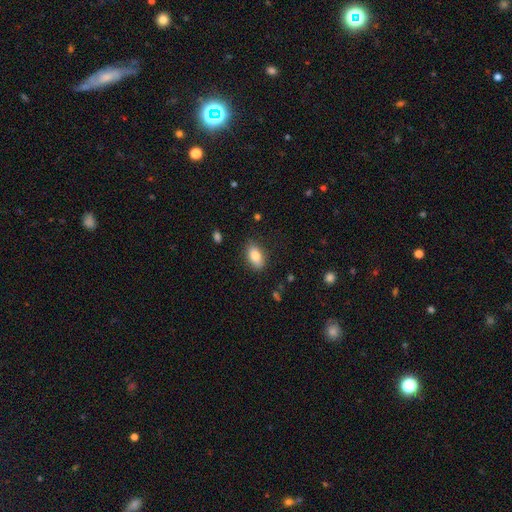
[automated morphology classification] smooth_or_featured: smooth (p=0.81) [alt: featured or disk p=0.11]
how_rounded: in between (p=0.89) [alt: round p=0.07]
merging: none (p=0.84) [alt: minor disturbance p=0.12]